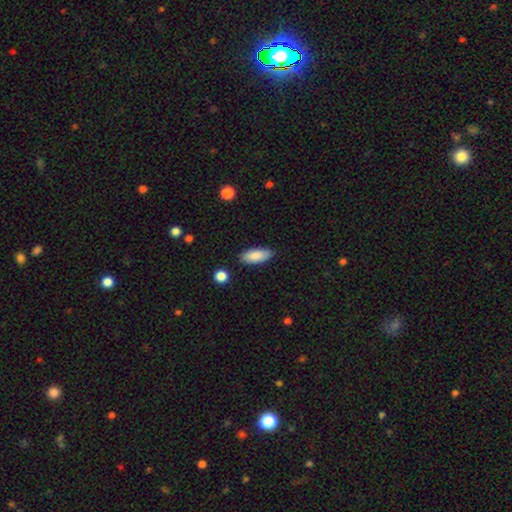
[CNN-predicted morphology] Smooth or featured? Predicted: smooth (p=0.87). How rounded? Predicted: in between (p=0.82). Merging? Predicted: none (p=0.86).